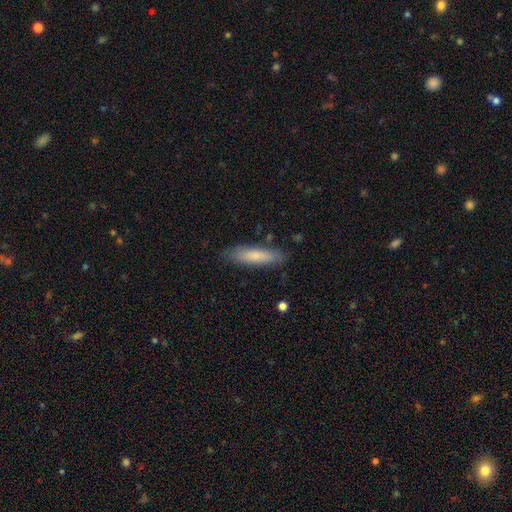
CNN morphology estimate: smooth 78%, featured or disk 16%, star or artifact 6%. Down the decision tree: how rounded — cigar-shaped (70%); merging — none (82%).